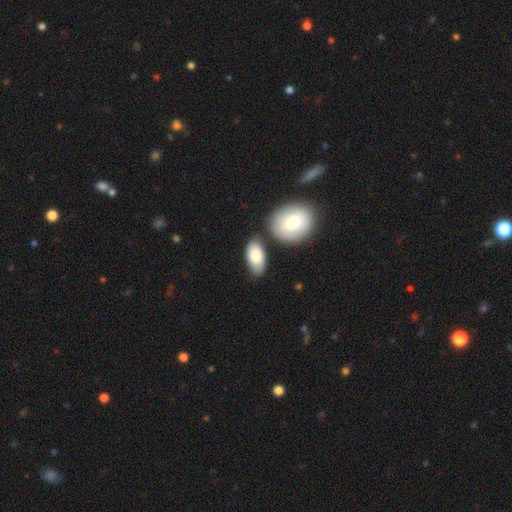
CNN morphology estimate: Smooth or featured? smooth (82%)
How rounded? in between (93%)
Merging? none (66%)